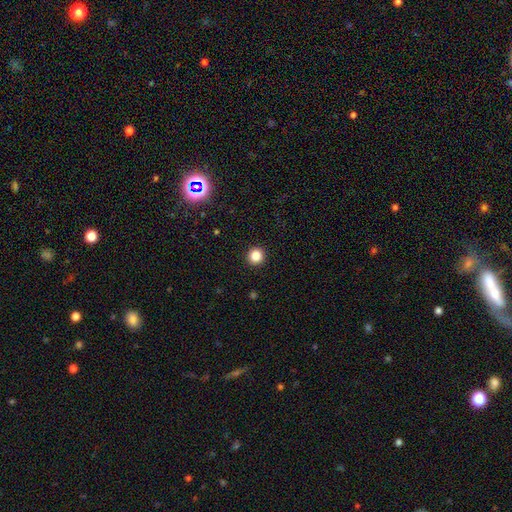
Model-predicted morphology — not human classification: This appears to be a smooth galaxy with no disk features (85%) that is round (94%). Merging: none (93%).